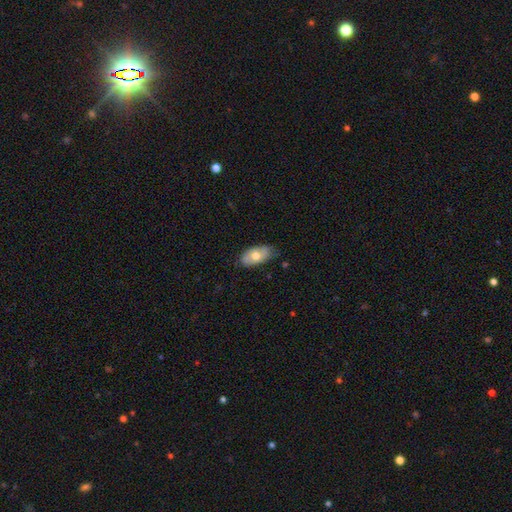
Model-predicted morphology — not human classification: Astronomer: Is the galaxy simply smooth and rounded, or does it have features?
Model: smooth — 65%.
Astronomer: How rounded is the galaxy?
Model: in between — 93%.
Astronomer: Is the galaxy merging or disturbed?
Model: none — 71%.